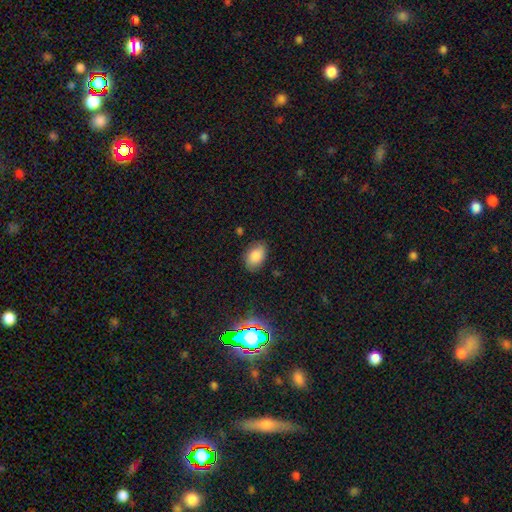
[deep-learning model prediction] Smooth or featured? Predicted: smooth (p=0.83). How rounded? Predicted: in between (p=0.88). Merging? Predicted: none (p=0.81).